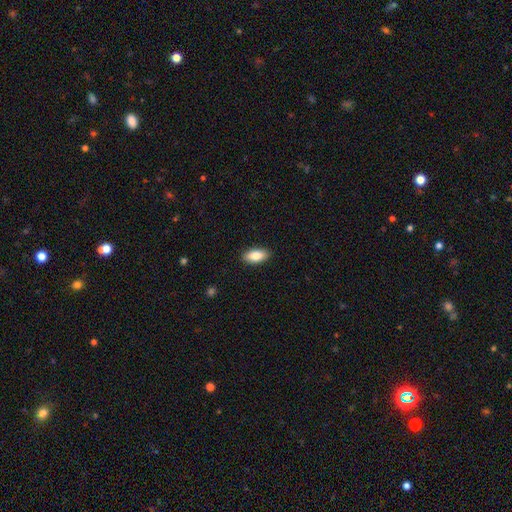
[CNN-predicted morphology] This is clearly a smooth galaxy (84%). How rounded: clearly in between (90%). Merging: clearly none (90%).